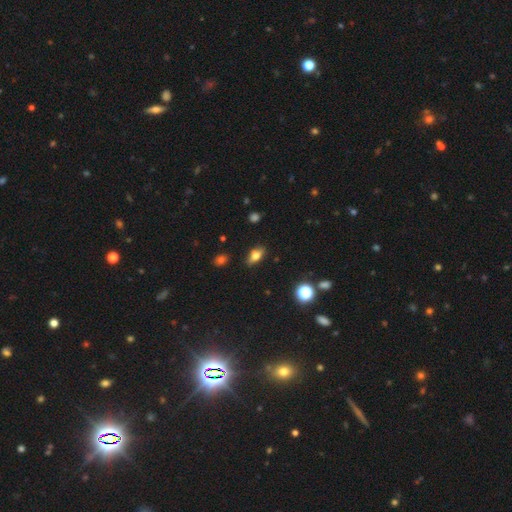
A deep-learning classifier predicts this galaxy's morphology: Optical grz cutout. It shows a smooth galaxy with no disk features (72%) that is in between round and cigar-shaped (81%). Merging: none (83%).